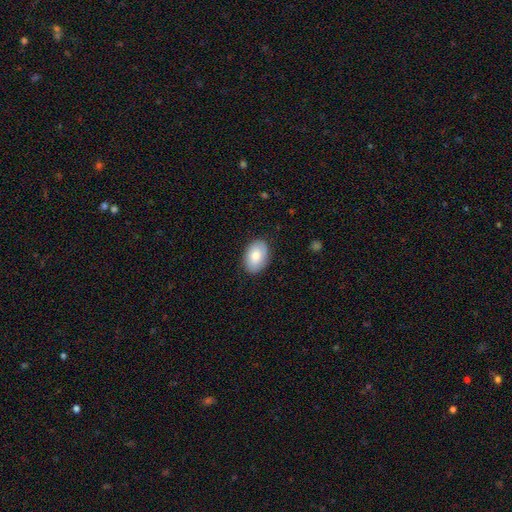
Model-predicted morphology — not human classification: smooth-or-featured: smooth: 78% | featured or disk: 16% | star or artifact: 6%
  how-rounded: in between: 88% | round: 11% | cigar-shaped: 1%
  merging: none: 86% | minor disturbance: 11% | major disturbance: 2% | merger: 1%